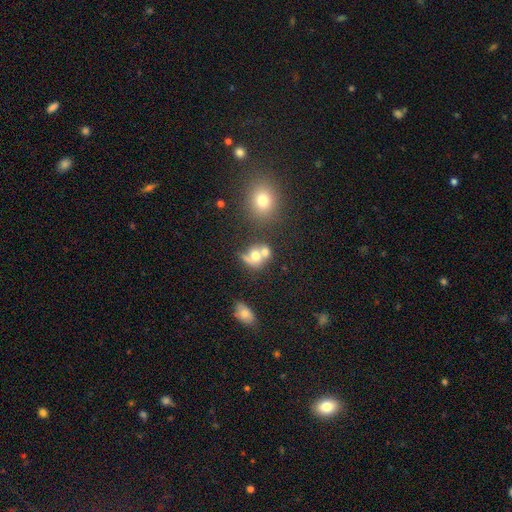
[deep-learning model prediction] Overall: smooth (61%; featured or disk 27%). How rounded: round (64%; in between 34%). Merging: merger (55%; none 25%).